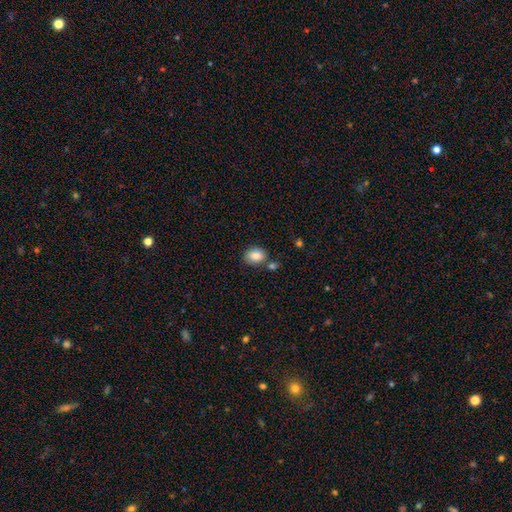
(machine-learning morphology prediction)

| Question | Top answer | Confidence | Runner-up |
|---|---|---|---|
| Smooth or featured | smooth | 84% | star or artifact (9%) |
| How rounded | in between | 55% | round (44%) |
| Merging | none | 70% | minor disturbance (14%) |